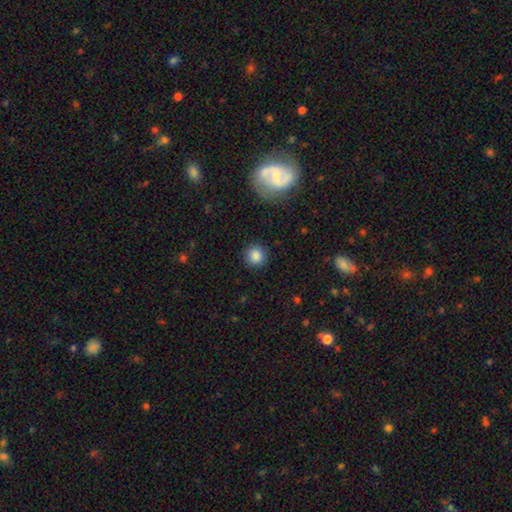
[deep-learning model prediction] Smooth or featured? smooth (86%)
How rounded? round (92%)
Merging? none (90%)